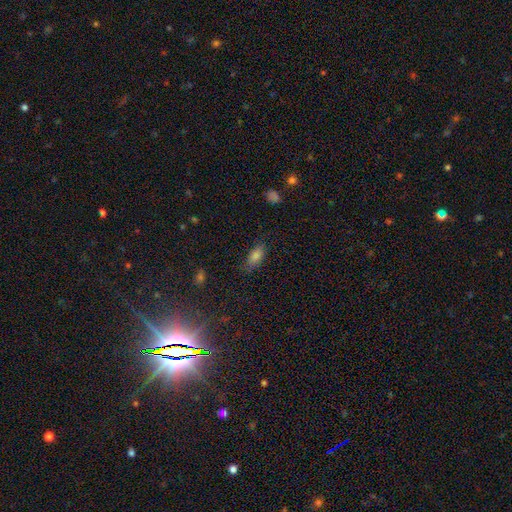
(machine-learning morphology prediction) smooth_or_featured: smooth (p=0.75) [alt: star or artifact p=0.16]
how_rounded: in between (p=0.83) [alt: cigar-shaped p=0.12]
merging: none (p=0.76) [alt: minor disturbance p=0.18]